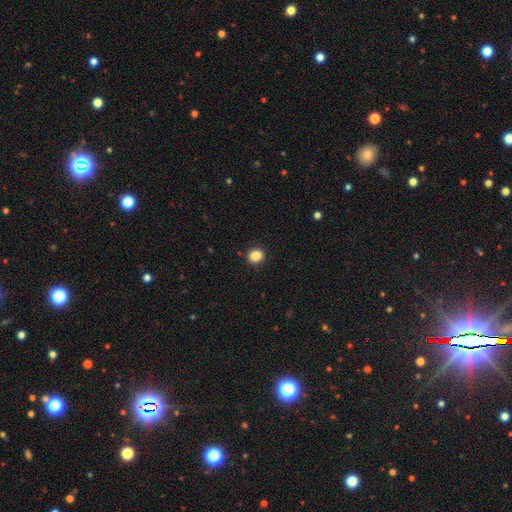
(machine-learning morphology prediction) Smooth or featured? smooth (86%)
How rounded? round (71%)
Merging? none (91%)